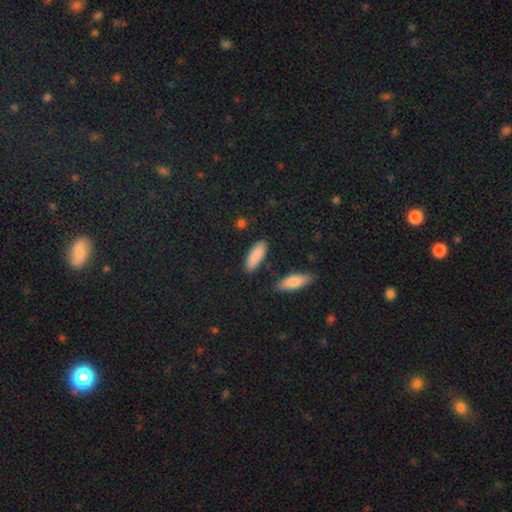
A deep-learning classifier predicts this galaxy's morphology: smooth 88%, star or artifact 6%, featured or disk 6%. Down the decision tree: how rounded — in between (66%); merging — none (82%).